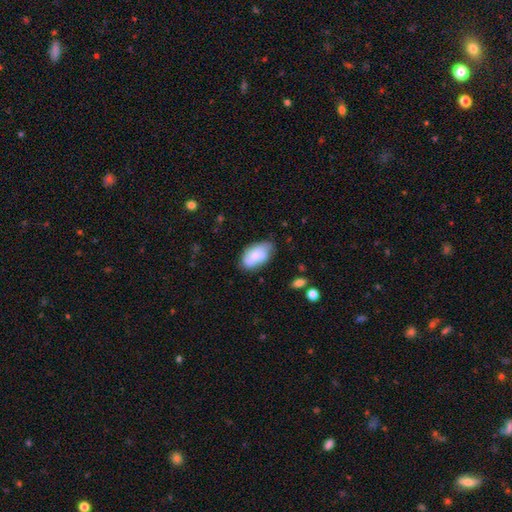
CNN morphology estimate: Overall: smooth (75%). How rounded: in between (94%). Merging: none (65%; minor disturbance 27%).